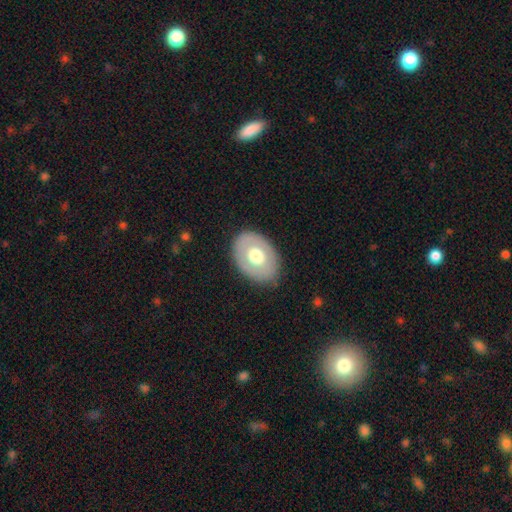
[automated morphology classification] smooth-or-featured: smooth: 57% | featured or disk: 37% | star or artifact: 6%
  how-rounded: in between: 75% | round: 24% | cigar-shaped: 1%
  merging: none: 83% | minor disturbance: 12% | major disturbance: 4% | merger: 1%